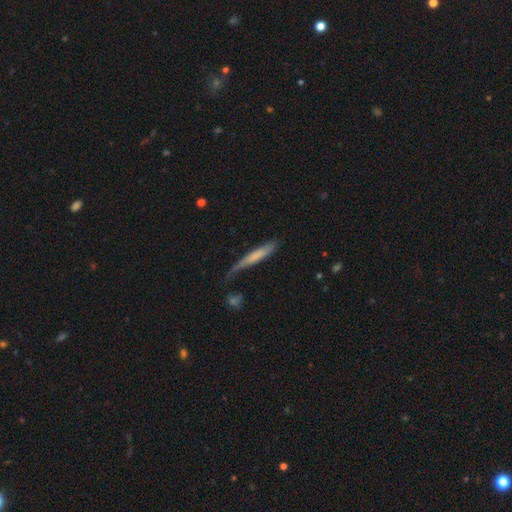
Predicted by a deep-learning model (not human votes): Smooth or featured? smooth (64%)
How rounded? cigar-shaped (92%)
Merging? none (49%)